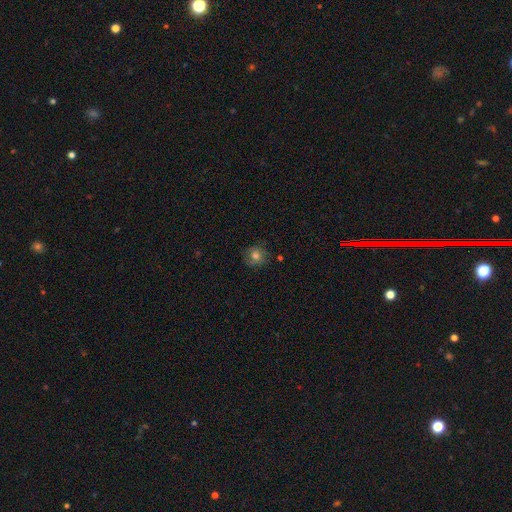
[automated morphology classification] This is likely a smooth galaxy (67%). How rounded: clearly round (83%). Merging: likely none (77%).